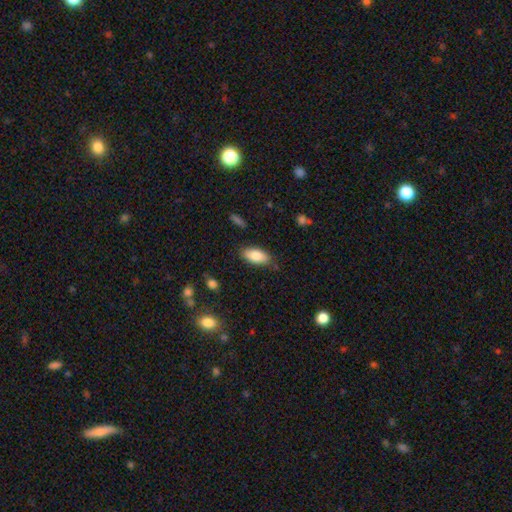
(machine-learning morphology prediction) smooth 83%, featured or disk 11%, star or artifact 7%. Down the decision tree: how rounded — in between (90%); merging — none (81%).